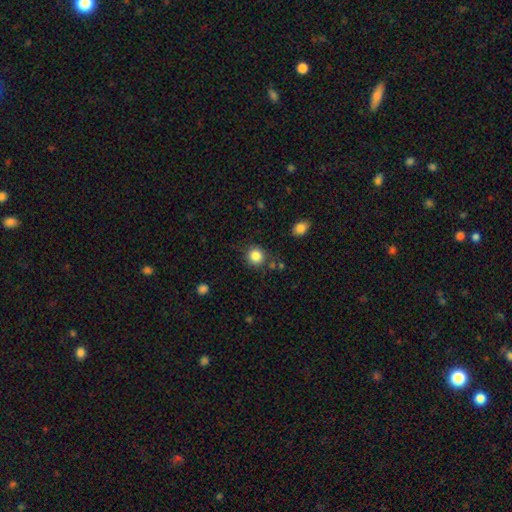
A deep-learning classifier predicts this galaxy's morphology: smooth_or_featured: smooth (p=0.85) [alt: star or artifact p=0.10]
how_rounded: round (p=0.90) [alt: in between p=0.09]
merging: none (p=0.81) [alt: minor disturbance p=0.11]